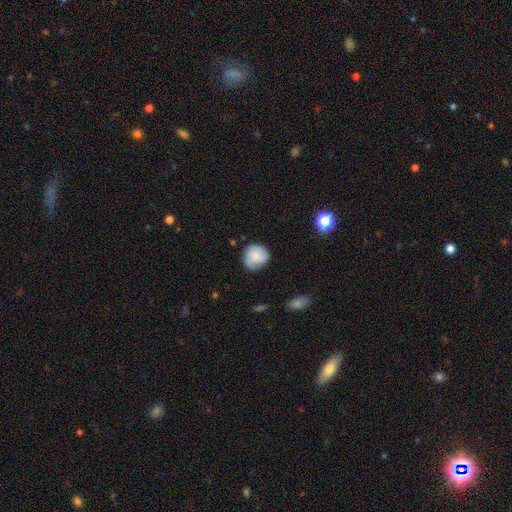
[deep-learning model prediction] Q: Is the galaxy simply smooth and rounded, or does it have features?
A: smooth — 74%.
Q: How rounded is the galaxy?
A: round — 86%.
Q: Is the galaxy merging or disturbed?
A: none — 74%.